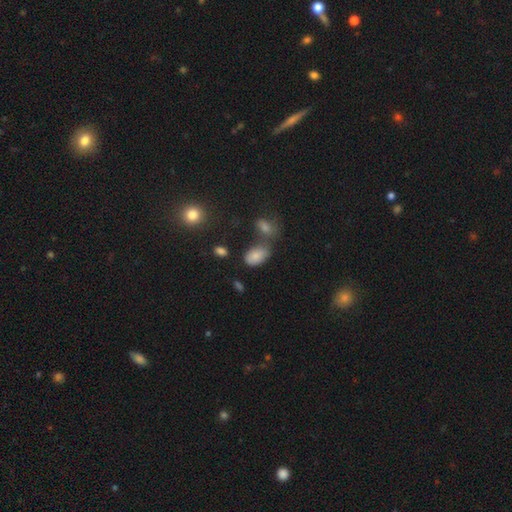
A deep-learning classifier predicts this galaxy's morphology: smooth 79%, star or artifact 11%, featured or disk 10%. Down the decision tree: how rounded — in between (91%); merging — none (52%).